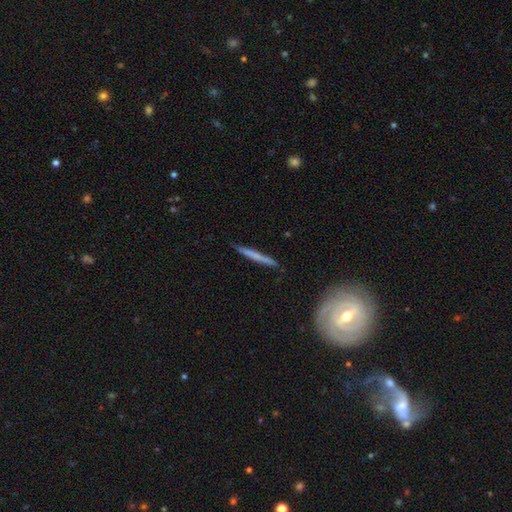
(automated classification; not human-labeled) Smooth or featured: smooth — 55% (featured or disk — 39%)
How rounded: cigar-shaped — 96% (in between — 2%)
Merging: none — 87% (minor disturbance — 9%)